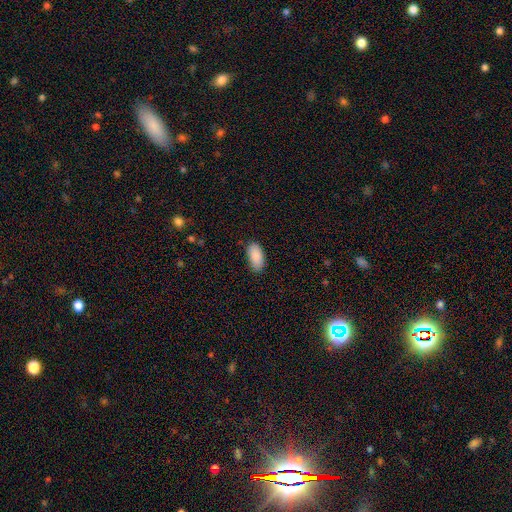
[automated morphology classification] type=smooth (89%); roundness=in between (94%); merging=none (81%).